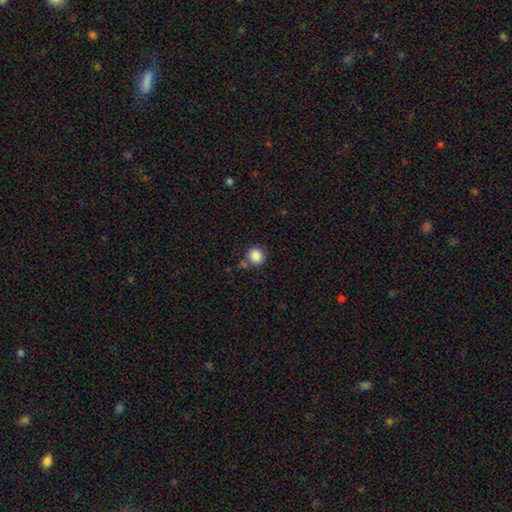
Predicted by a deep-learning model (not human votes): The model was most divided on "merging": none: 76%, minor disturbance: 11%, merger: 9%, major disturbance: 4%. More confident: how rounded — round (93%); smooth or featured — smooth (86%).